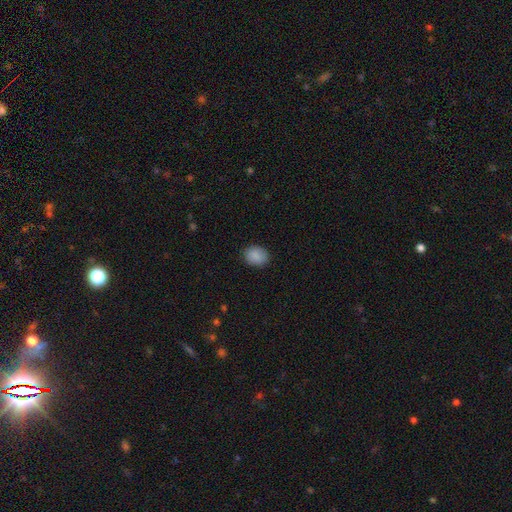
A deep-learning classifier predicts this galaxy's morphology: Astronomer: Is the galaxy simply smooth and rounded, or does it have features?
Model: smooth — 88%.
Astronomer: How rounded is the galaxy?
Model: round — 57% (runner-up: in between, 42%).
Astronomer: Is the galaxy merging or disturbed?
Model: none — 88%.